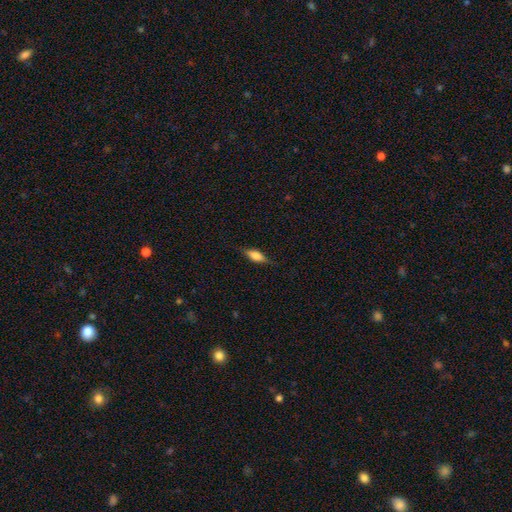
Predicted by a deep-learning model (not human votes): Morphology: type=smooth (60%); roundness=in between (60%); merging=none (81%).